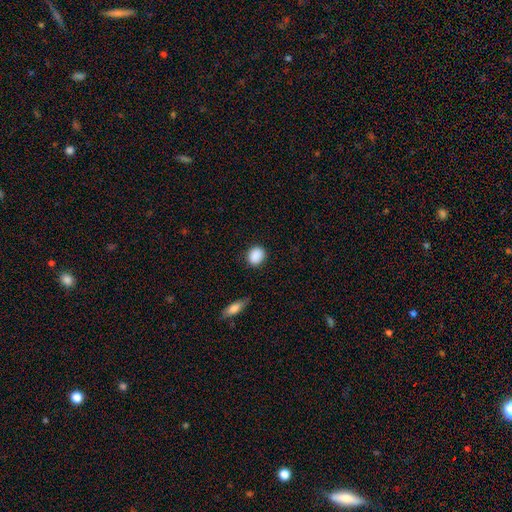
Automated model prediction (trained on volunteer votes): This appears to be a smooth galaxy with no disk features (89%) that is round (63%). Merging: none (86%).